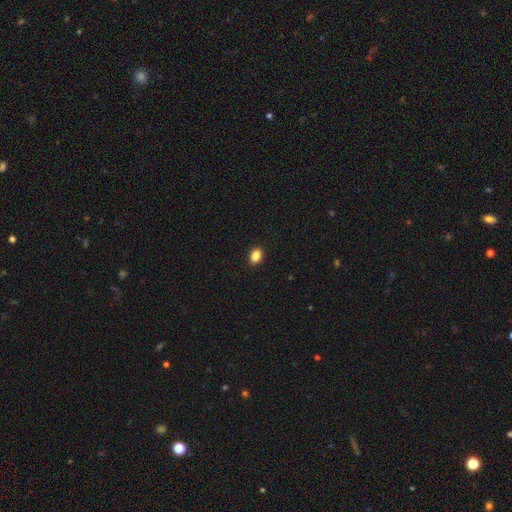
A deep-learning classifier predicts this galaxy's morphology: Smooth or featured? smooth (87%)
How rounded? in between (73%)
Merging? none (91%)